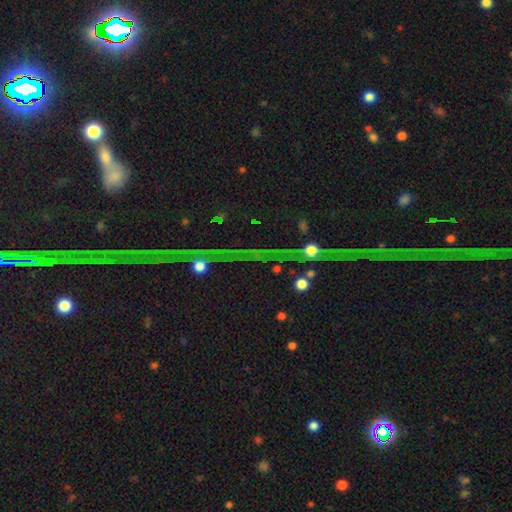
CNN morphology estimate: Smooth or featured: star or artifact — 75% (featured or disk — 15%)